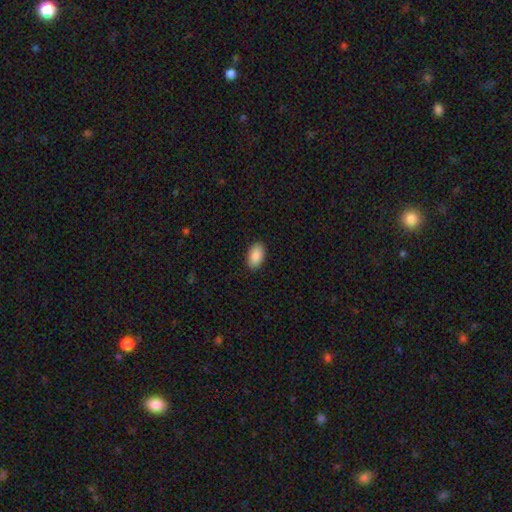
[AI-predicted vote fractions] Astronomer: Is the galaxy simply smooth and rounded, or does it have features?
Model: smooth — 90%.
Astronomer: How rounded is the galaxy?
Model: in between — 95%.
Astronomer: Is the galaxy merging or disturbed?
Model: none — 90%.